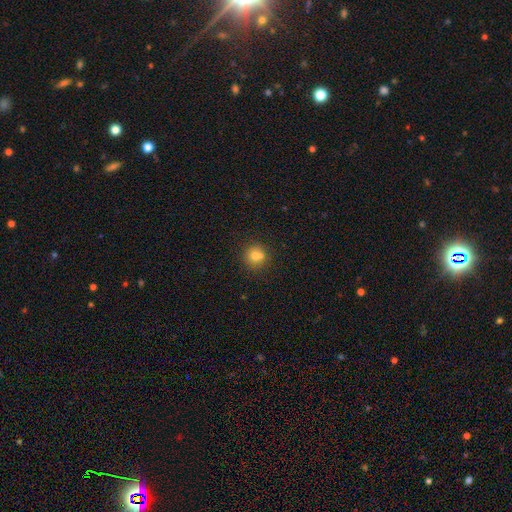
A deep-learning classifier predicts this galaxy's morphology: This is likely a smooth galaxy (76%). How rounded: clearly round (89%). Merging: likely none (65%).